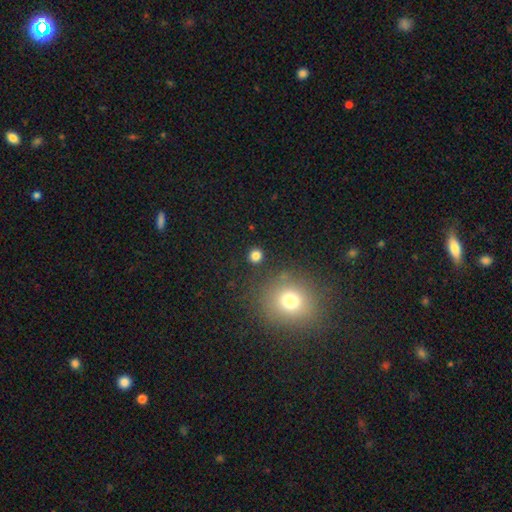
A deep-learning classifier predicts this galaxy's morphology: Overall: smooth (81%). How rounded: round (87%). Merging: none (87%).